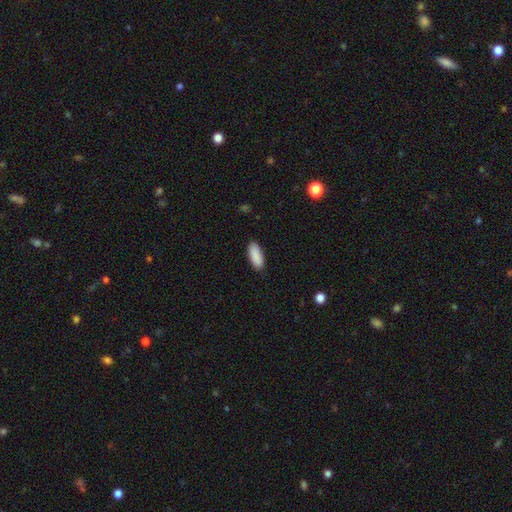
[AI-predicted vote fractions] A smooth galaxy with no disk features (91%) that is in between round and cigar-shaped (79%). Merging: none (89%).